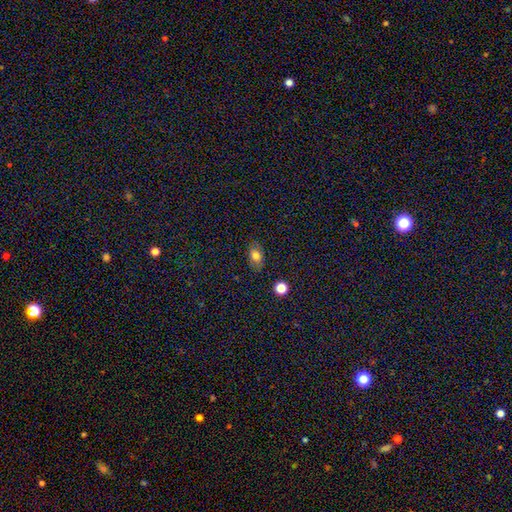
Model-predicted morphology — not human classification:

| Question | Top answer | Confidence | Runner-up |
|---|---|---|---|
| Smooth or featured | smooth | 78% | featured or disk (11%) |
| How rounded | in between | 82% | round (16%) |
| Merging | none | 82% | minor disturbance (13%) |